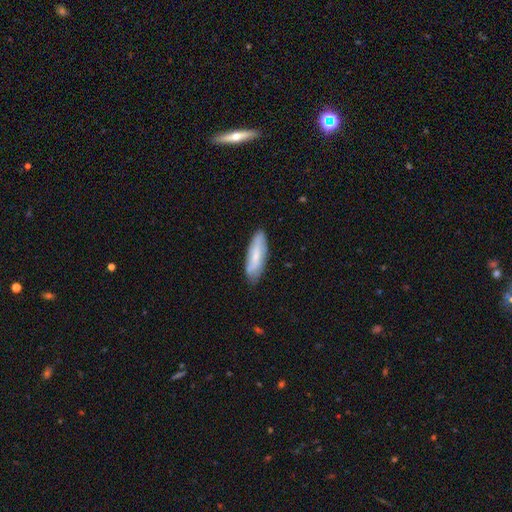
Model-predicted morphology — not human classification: type=smooth (57%); roundness=in between (52%); merging=none (82%).